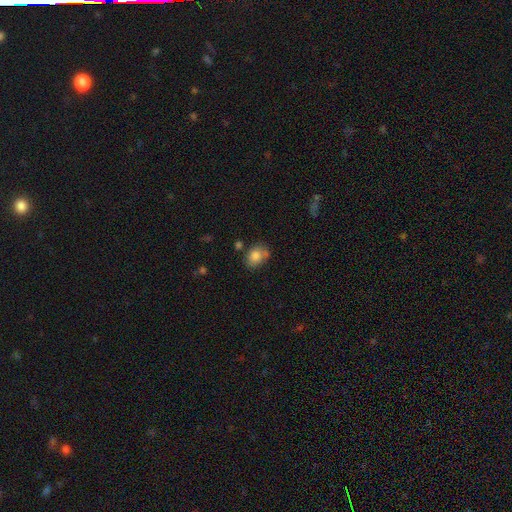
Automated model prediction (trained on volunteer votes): Q: Smooth or featured?
A: smooth (82%); runner-up: featured or disk (9%)
Q: How rounded?
A: in between (62%); runner-up: round (37%)
Q: Merging?
A: none (61%); runner-up: minor disturbance (22%)